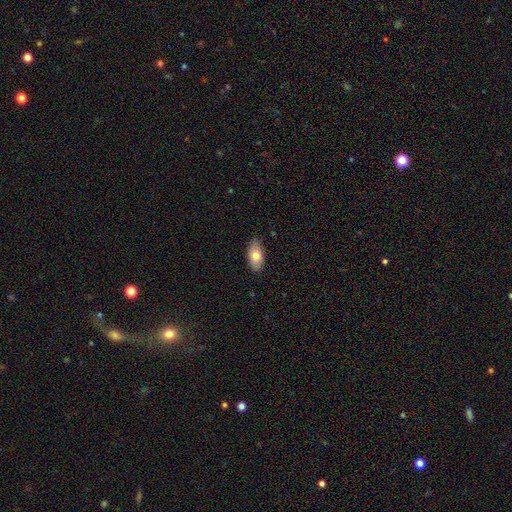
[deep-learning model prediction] smooth_or_featured: smooth (p=0.78) [alt: featured or disk p=0.16]
how_rounded: in between (p=0.92) [alt: cigar-shaped p=0.05]
merging: none (p=0.87) [alt: minor disturbance p=0.10]